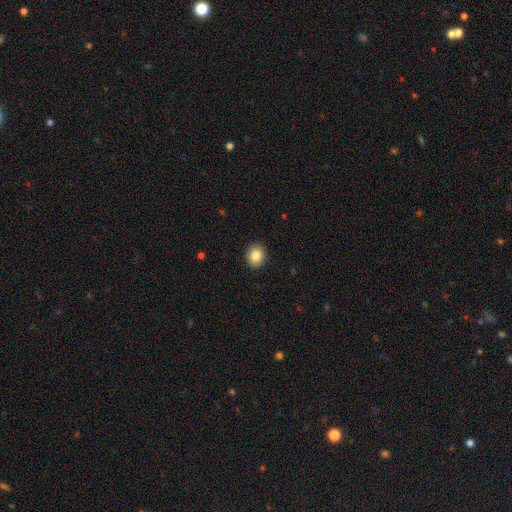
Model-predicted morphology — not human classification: Smooth or featured? Predicted: smooth (p=0.84). How rounded? Predicted: round (p=0.69). Merging? Predicted: none (p=0.91).